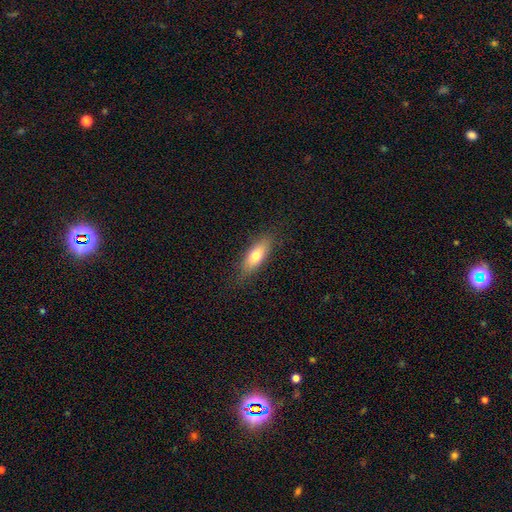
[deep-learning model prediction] A smooth galaxy with no disk features (70%) that is in between round and cigar-shaped (65%). Merging: none (84%).